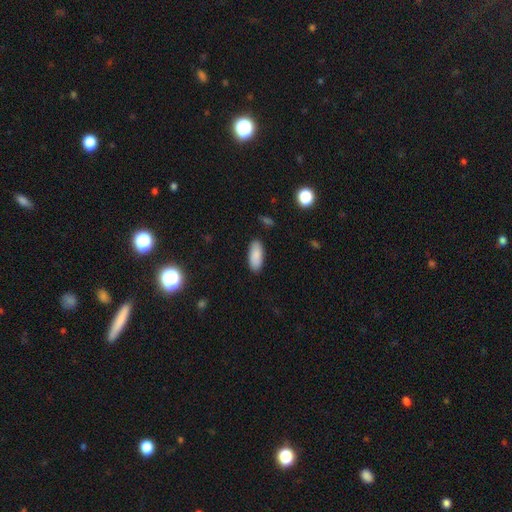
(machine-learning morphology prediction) The model was most divided on "how rounded": in between: 86%, cigar-shaped: 12%, round: 2%. More confident: merging — none (88%); smooth or featured — smooth (88%).